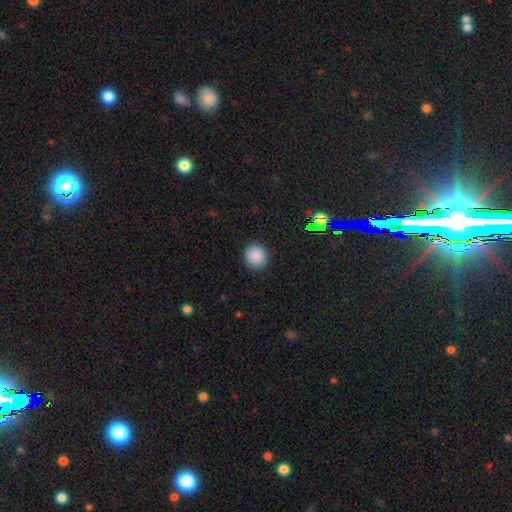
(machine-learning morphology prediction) The model was most divided on "how rounded": round: 83%, in between: 16%, cigar-shaped: 1%. More confident: merging — none (90%); smooth or featured — smooth (88%).